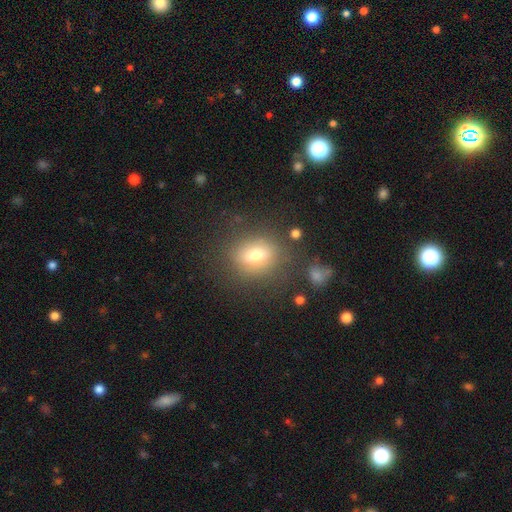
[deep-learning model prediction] Smooth or featured: smooth — 71% (featured or disk — 17%)
How rounded: round — 52% (in between — 46%)
Merging: none — 77% (minor disturbance — 13%)